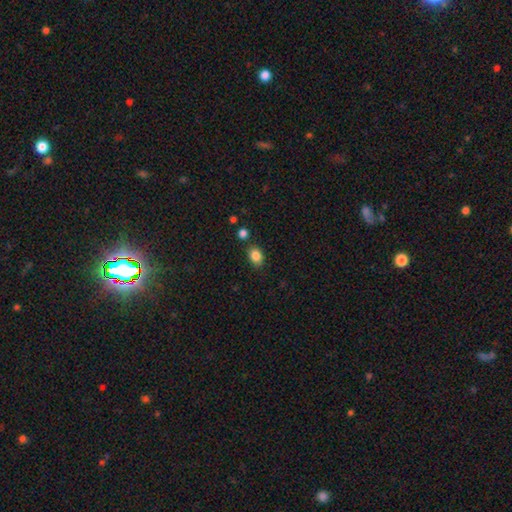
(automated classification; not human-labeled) Smooth or featured: smooth — 85% (star or artifact — 10%)
How rounded: in between — 62% (round — 37%)
Merging: none — 81% (minor disturbance — 11%)